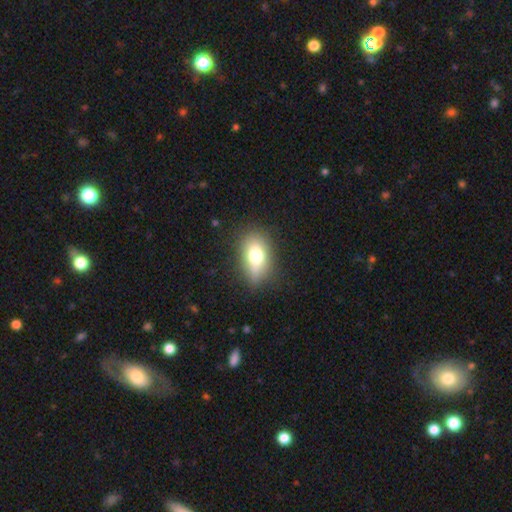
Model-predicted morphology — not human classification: smooth 71%, featured or disk 18%, star or artifact 11%. Down the decision tree: how rounded — in between (80%); merging — none (77%).